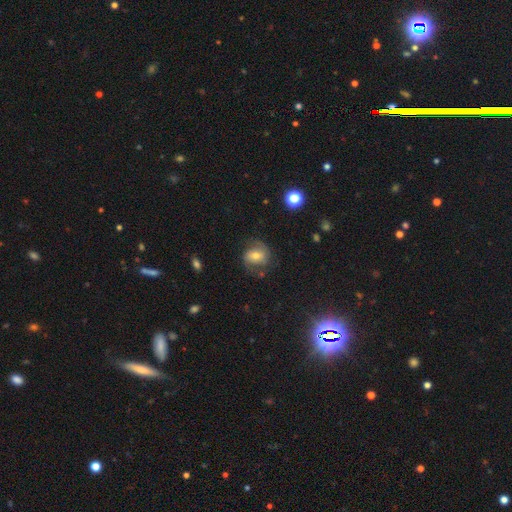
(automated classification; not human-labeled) featured or disk 61%, smooth 30%, star or artifact 10%. Down the decision tree: edge-on disk — no (97%); bar — weak (40%); spiral arms — yes (86%); spiral arm count — 2 (83%); spiral winding — medium (48%); bulge size — moderate (60%); merging — none (67%).